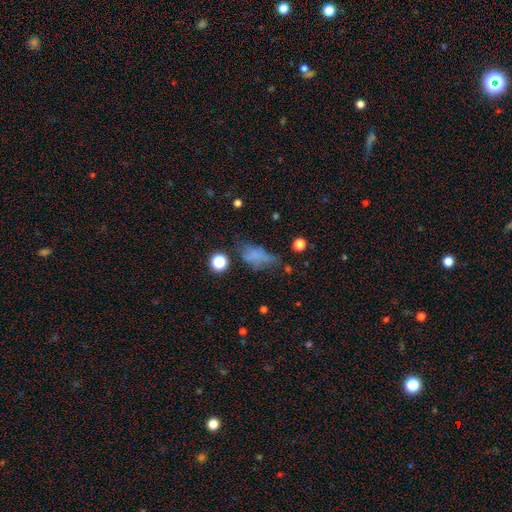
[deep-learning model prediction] smooth 56%, featured or disk 26%, star or artifact 19%. Down the decision tree: how rounded — in between (77%); merging — none (39%).